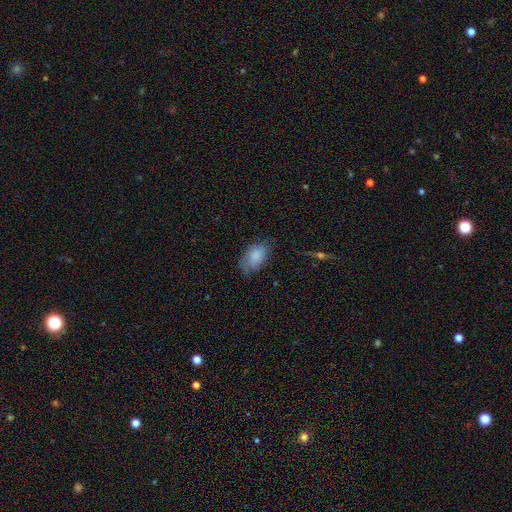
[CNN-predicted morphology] Smooth or featured: smooth — 83% (featured or disk — 10%)
How rounded: in between — 90% (round — 8%)
Merging: none — 61% (minor disturbance — 29%)